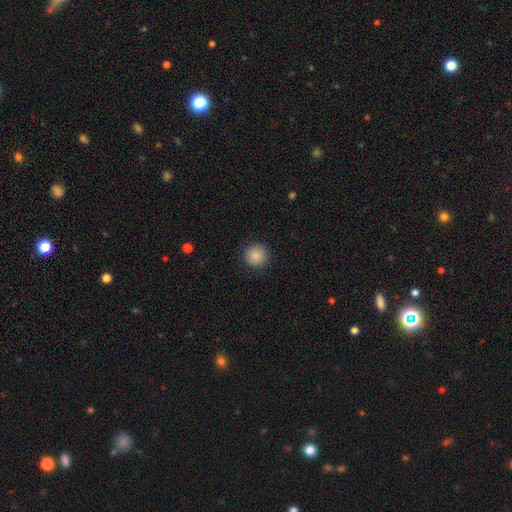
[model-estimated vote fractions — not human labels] smooth_or_featured: smooth (p=0.86) [alt: star or artifact p=0.09]
how_rounded: round (p=0.94) [alt: in between p=0.05]
merging: none (p=0.91) [alt: minor disturbance p=0.06]